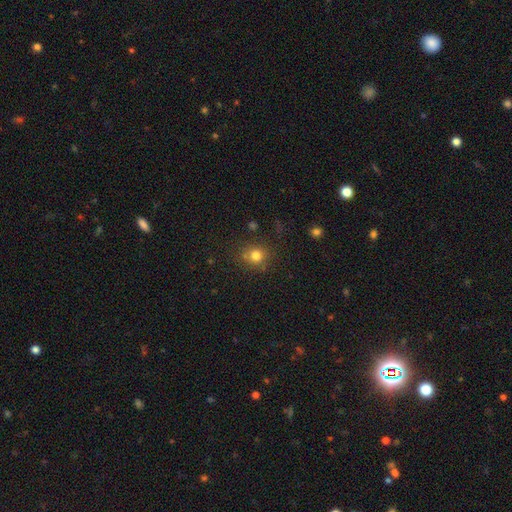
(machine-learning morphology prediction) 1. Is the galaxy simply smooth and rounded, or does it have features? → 79% smooth, 14% star or artifact, 7% featured or disk.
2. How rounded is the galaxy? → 84% round, 15% in between, 1% cigar-shaped.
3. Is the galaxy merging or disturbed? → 78% none, 13% minor disturbance, 5% merger, 4% major disturbance.